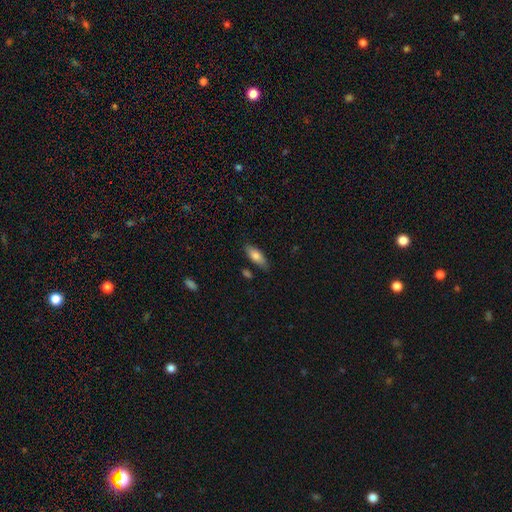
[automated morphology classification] A smooth galaxy with no disk features (78%) that is in between round and cigar-shaped (72%). Merging: none (79%).